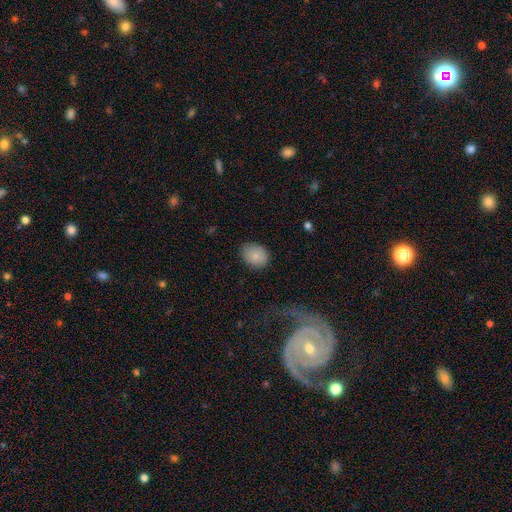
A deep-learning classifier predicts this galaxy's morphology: smooth-or-featured: smooth: 84% | featured or disk: 8% | star or artifact: 8%
  how-rounded: in between: 57% | round: 42% | cigar-shaped: 1%
  merging: none: 83% | minor disturbance: 13% | major disturbance: 3% | merger: 1%